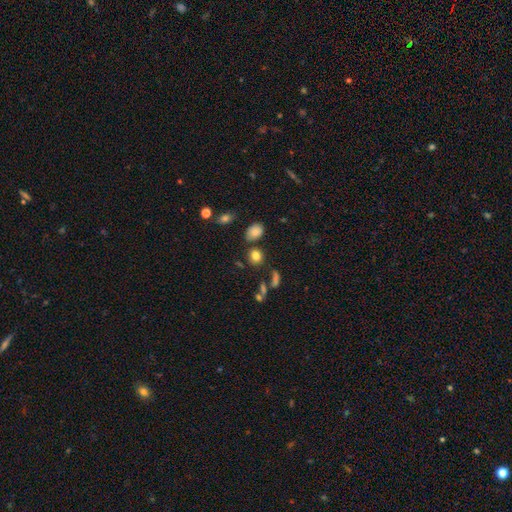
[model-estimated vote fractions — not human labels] Smooth or featured? Predicted: smooth (p=0.81). How rounded? Predicted: round (p=0.69). Merging? Predicted: none (p=0.75).